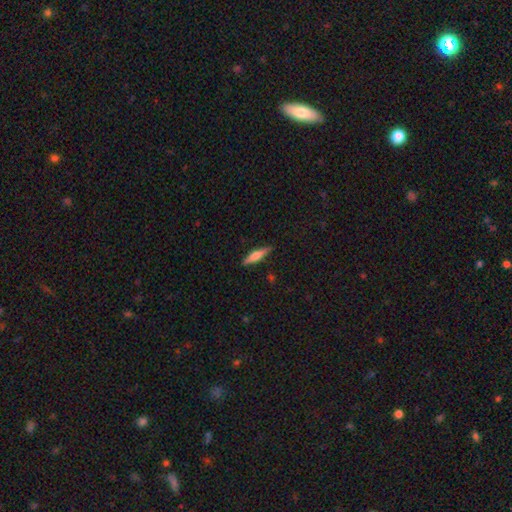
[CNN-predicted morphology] smooth 50%, featured or disk 44%, star or artifact 6%. Down the decision tree: how rounded — cigar-shaped (80%); merging — none (88%).